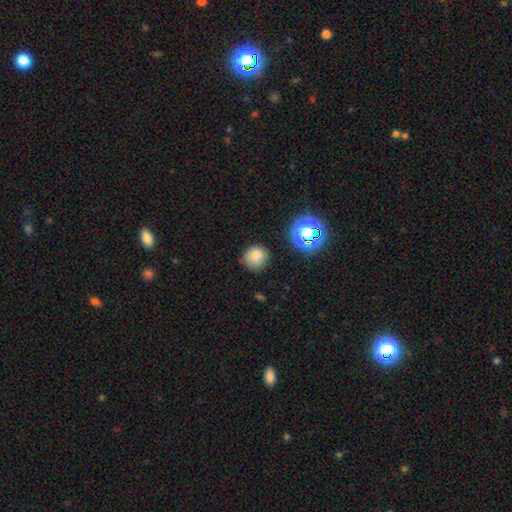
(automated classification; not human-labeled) Smooth or featured? smooth (79%)
How rounded? round (90%)
Merging? none (82%)